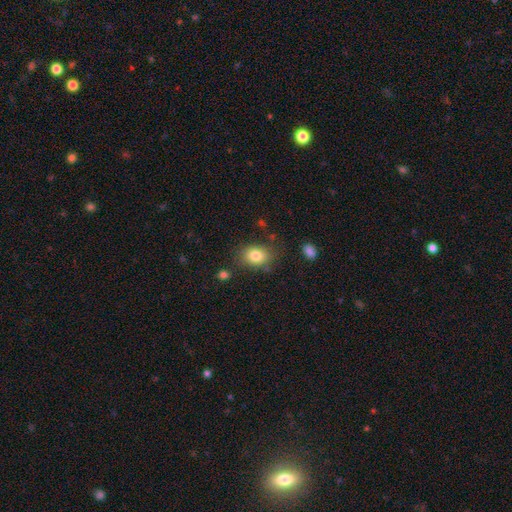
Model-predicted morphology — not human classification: This is clearly a smooth galaxy (82%). How rounded: likely in between (66%). Merging: likely none (77%).